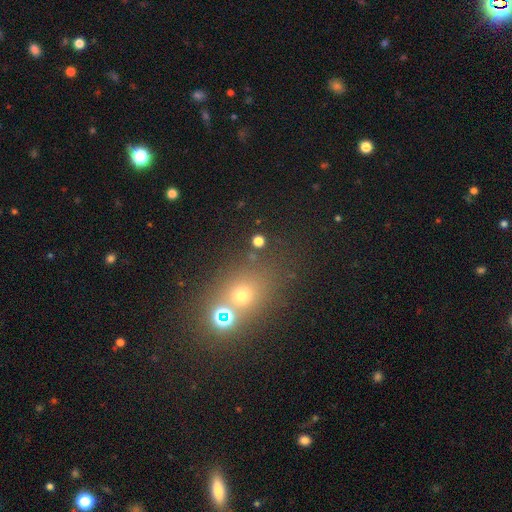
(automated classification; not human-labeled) Smooth or featured: smooth — 48% (star or artifact — 36%)
Merging: none — 47% (merger — 41%)